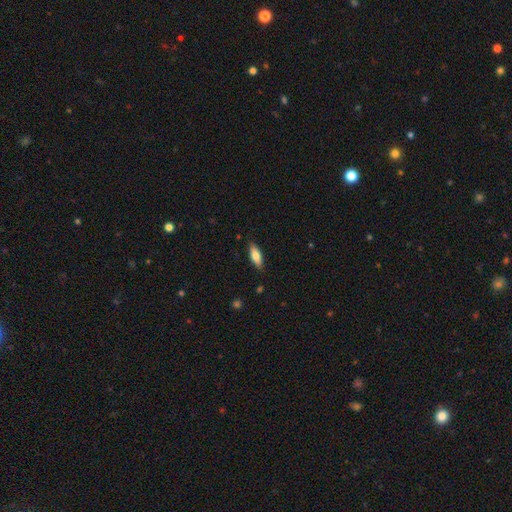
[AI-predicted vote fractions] Smooth or featured? smooth (72%)
How rounded? in between (67%)
Merging? none (87%)